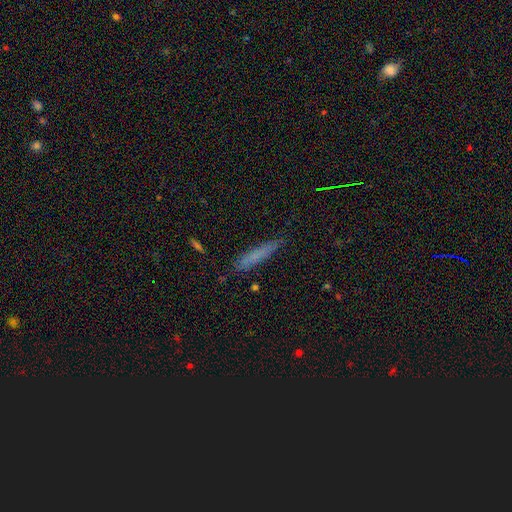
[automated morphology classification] A smooth galaxy with no disk features (69%) that is cigar-shaped (92%). Merging: none (81%).